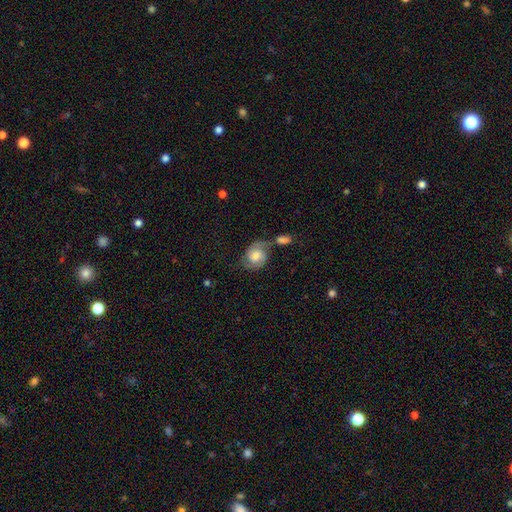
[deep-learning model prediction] A featured or disk galaxy (61%) with no bar (64%), 2 (86%) medium (48%) spiral arms (91%) and a moderate central bulge (49%).

Vote fractions:
- Smooth or featured? featured or disk: 61% / smooth: 31% / star or artifact: 8%
- Edge-on disk? no: 97% / yes: 3%
- Bar? no: 64% / weak: 31% / strong: 6%
- Spiral arms? yes: 91% / no: 9%
- Spiral winding? medium: 48% / tight: 28% / loose: 25%
- Spiral arm count? 2: 86% / can't tell: 6% / 1: 5% / 3: 1% / 4: 1% / more than 4: 1%
- Bulge size? moderate: 49% / large: 26% / small: 15% / none: 6% / dominant: 3%
- Merging? none: 40% / merger: 29% / minor disturbance: 19% / major disturbance: 13%